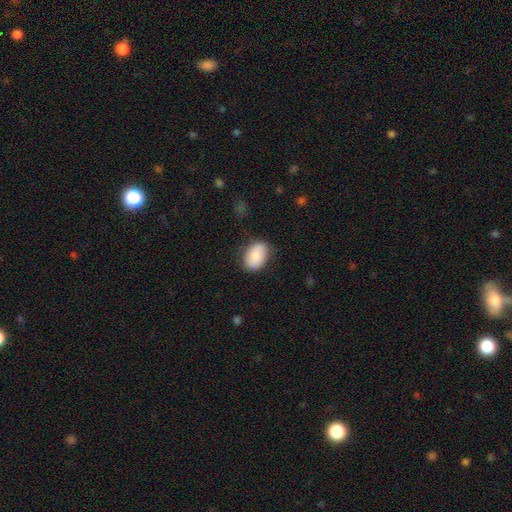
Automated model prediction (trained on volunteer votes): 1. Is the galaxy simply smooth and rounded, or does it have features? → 80% smooth, 13% featured or disk, 6% star or artifact.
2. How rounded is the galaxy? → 83% in between, 16% round, 1% cigar-shaped.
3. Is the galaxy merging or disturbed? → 79% none, 16% minor disturbance, 4% major disturbance, 1% merger.